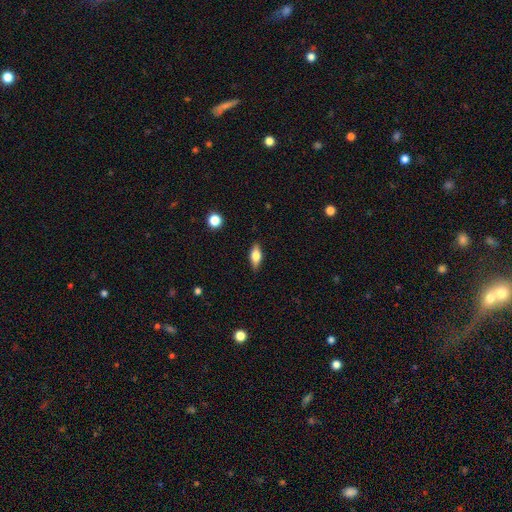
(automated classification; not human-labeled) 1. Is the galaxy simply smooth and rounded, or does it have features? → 68% smooth, 25% featured or disk, 7% star or artifact.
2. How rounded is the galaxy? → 78% in between, 18% cigar-shaped, 4% round.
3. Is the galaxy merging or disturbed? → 86% none, 10% minor disturbance, 2% major disturbance, 1% merger.